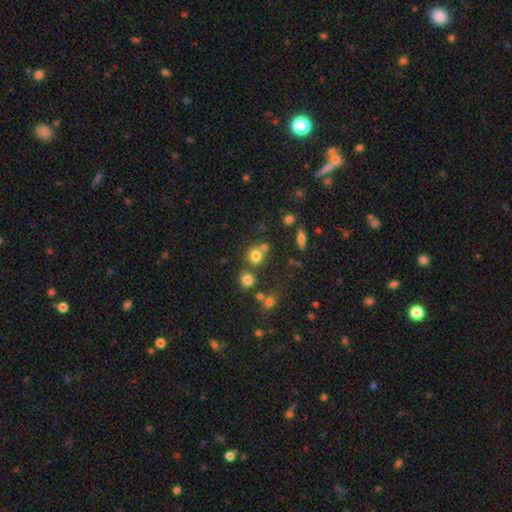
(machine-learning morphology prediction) Smooth or featured?
  - smooth: 76% *
  - star or artifact: 15%
  - featured or disk: 9%
How rounded?
  - round: 84% *
  - in between: 15%
  - cigar-shaped: 1%
Merging?
  - none: 59% *
  - merger: 26%
  - minor disturbance: 10%
  - major disturbance: 4%